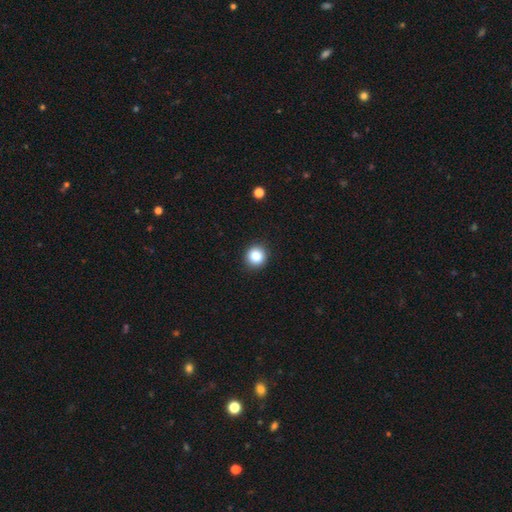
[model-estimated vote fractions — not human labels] smooth-or-featured: smooth: 84% | star or artifact: 11% | featured or disk: 5%
  how-rounded: round: 92% | in between: 7% | cigar-shaped: 1%
  merging: none: 92% | minor disturbance: 5% | major disturbance: 2% | merger: 1%